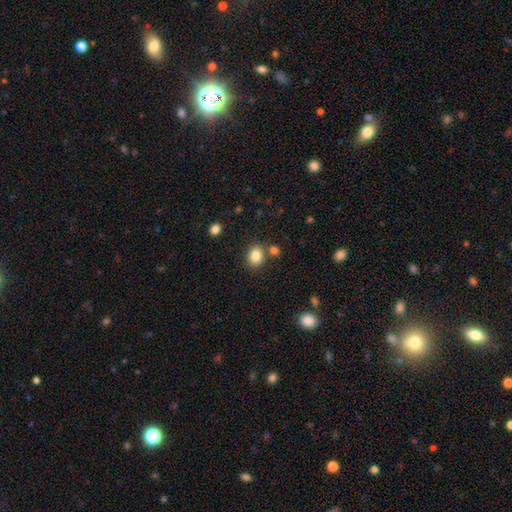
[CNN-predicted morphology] A smooth galaxy with no disk features (84%) that is in between round and cigar-shaped (51%). Merging: none (76%).